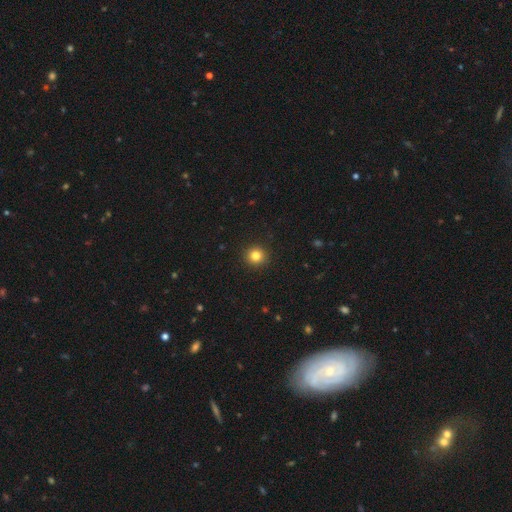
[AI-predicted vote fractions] A smooth galaxy with no disk features (82%) that is round (93%). Merging: none (93%).